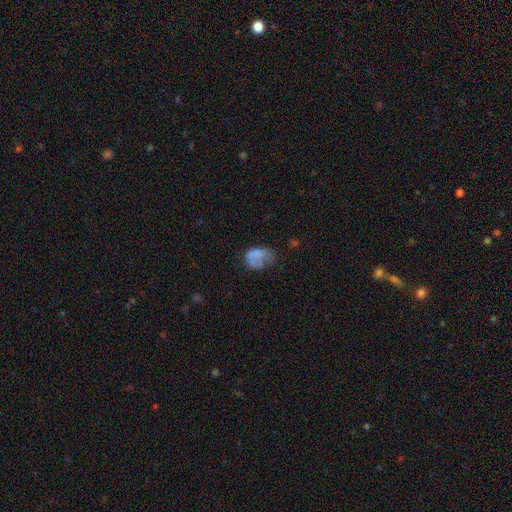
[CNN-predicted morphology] Smooth or featured? smooth (63%)
How rounded? in between (77%)
Merging? major disturbance (36%)